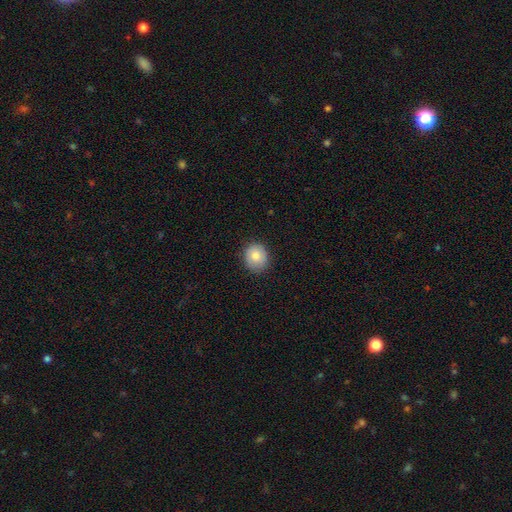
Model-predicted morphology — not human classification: This is clearly a smooth galaxy (81%). How rounded: likely round (74%). Merging: clearly none (86%).